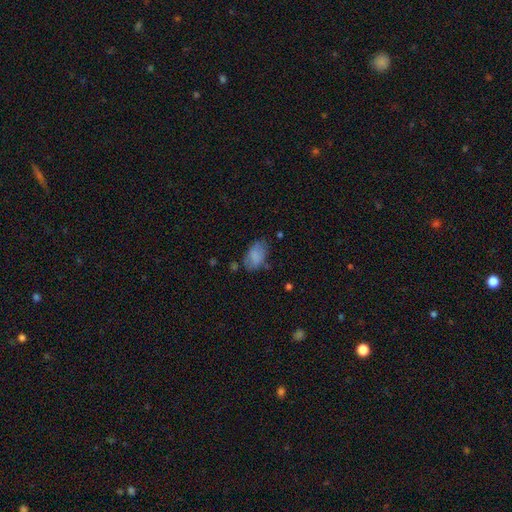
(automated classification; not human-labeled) Morphology: type=smooth (81%); roundness=in between (91%); merging=none (63%).